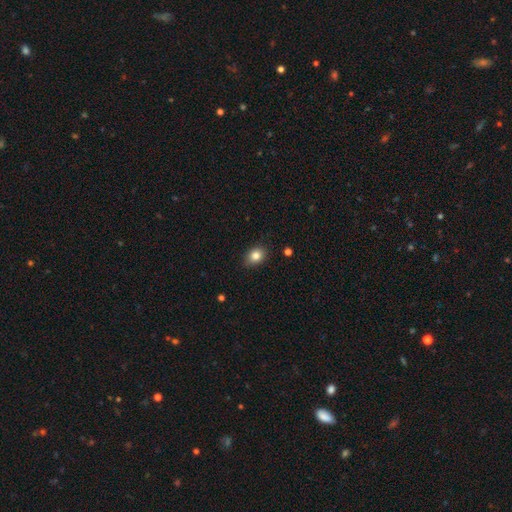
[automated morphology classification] Q: Smooth or featured?
A: smooth (83%); runner-up: star or artifact (10%)
Q: How rounded?
A: in between (62%); runner-up: round (37%)
Q: Merging?
A: none (85%); runner-up: minor disturbance (12%)